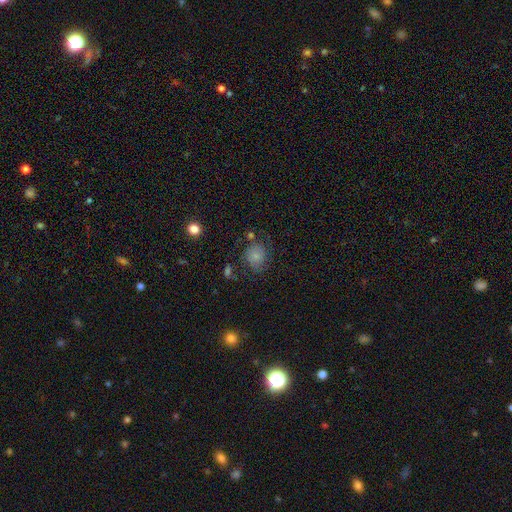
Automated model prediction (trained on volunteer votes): smooth 76%, featured or disk 13%, star or artifact 11%. Down the decision tree: how rounded — round (70%); merging — none (62%).